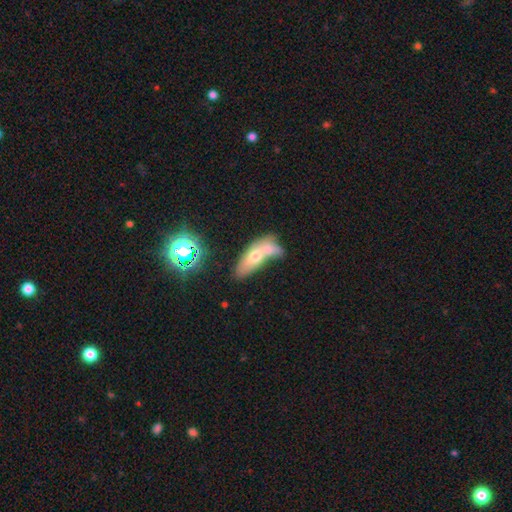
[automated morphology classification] Smooth or featured? smooth (56%)
How rounded? in between (70%)
Merging? merger (56%)